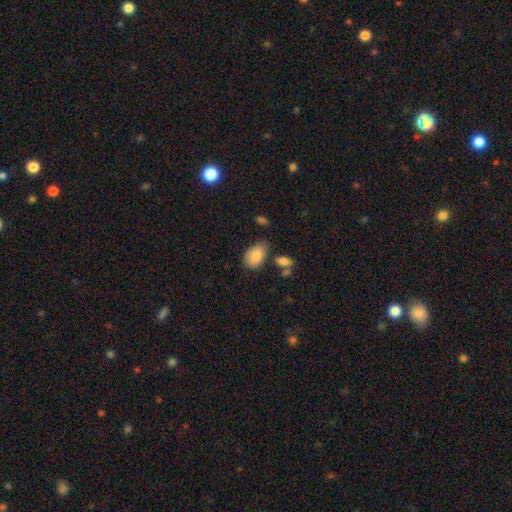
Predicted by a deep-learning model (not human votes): Q: Smooth or featured?
A: smooth (86%); runner-up: star or artifact (7%)
Q: How rounded?
A: in between (90%); runner-up: round (9%)
Q: Merging?
A: none (67%); runner-up: minor disturbance (21%)